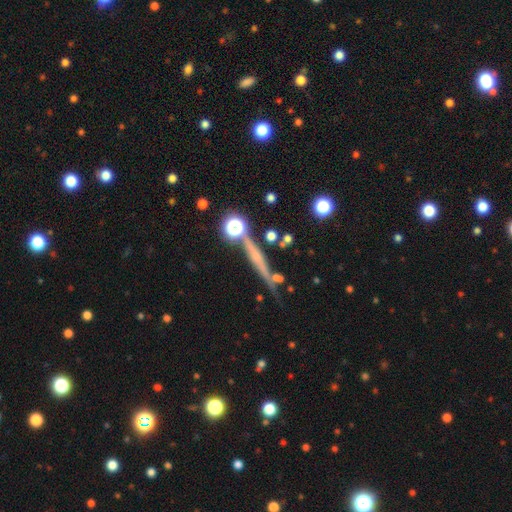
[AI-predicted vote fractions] Q: Smooth or featured?
A: featured or disk (54%); runner-up: smooth (31%)
Q: Edge-on disk?
A: yes (91%); runner-up: no (9%)
Q: Merging?
A: none (73%); runner-up: minor disturbance (12%)